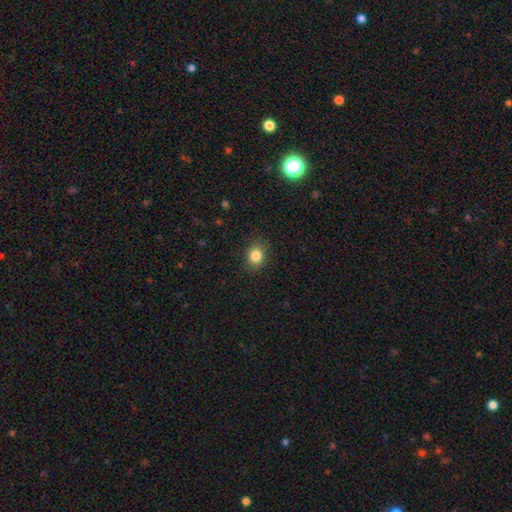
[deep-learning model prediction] smooth_or_featured: smooth (p=0.84) [alt: star or artifact p=0.10]
how_rounded: round (p=0.56) [alt: in between p=0.43]
merging: none (p=0.87) [alt: minor disturbance p=0.10]